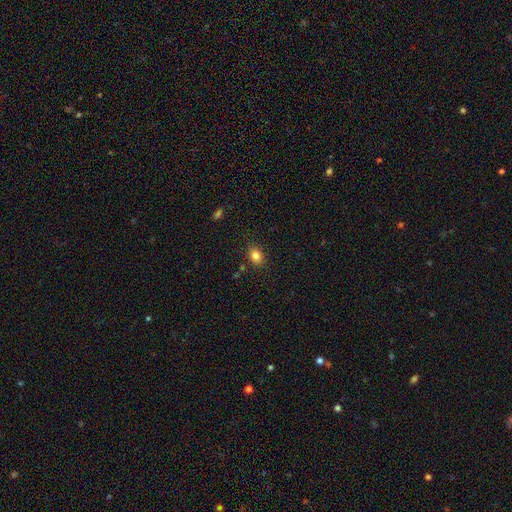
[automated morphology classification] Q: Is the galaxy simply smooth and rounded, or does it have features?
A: smooth — 83%.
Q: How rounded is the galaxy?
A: in between — 65%.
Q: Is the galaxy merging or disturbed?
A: none — 84%.